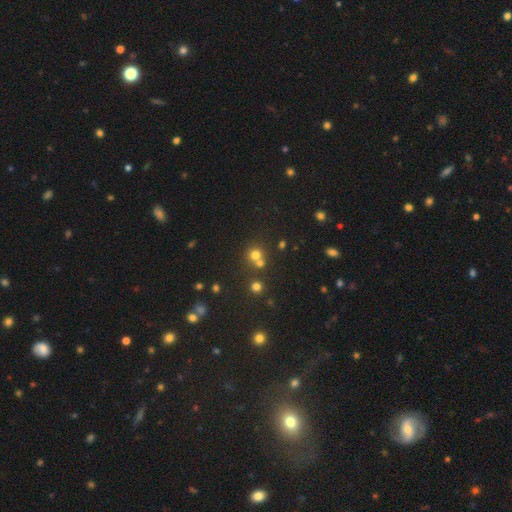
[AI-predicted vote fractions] Morphology: type=smooth (69%); roundness=round (88%); merging=none (56%).